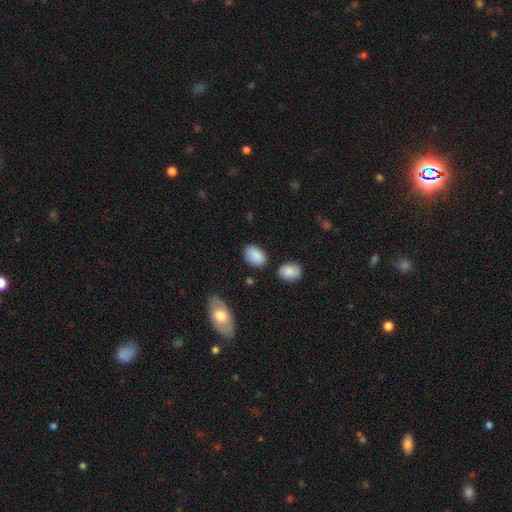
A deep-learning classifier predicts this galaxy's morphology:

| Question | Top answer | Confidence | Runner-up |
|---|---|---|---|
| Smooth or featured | smooth | 87% | star or artifact (7%) |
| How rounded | in between | 85% | round (13%) |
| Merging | none | 76% | minor disturbance (16%) |